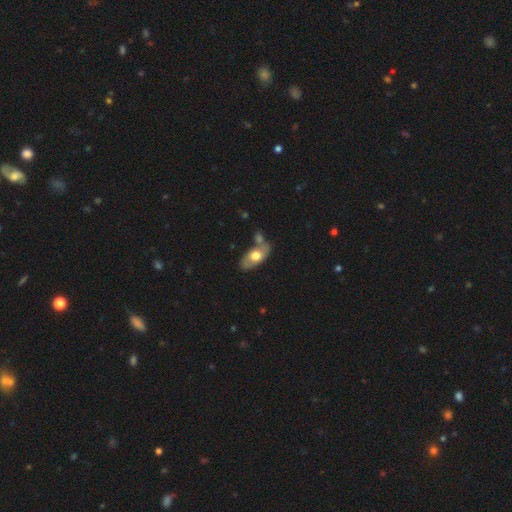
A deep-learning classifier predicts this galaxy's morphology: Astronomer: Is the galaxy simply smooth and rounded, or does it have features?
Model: smooth — 53% (runner-up: featured or disk, 41%).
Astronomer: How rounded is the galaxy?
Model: in between — 88%.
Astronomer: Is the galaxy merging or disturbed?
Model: none — 54%.